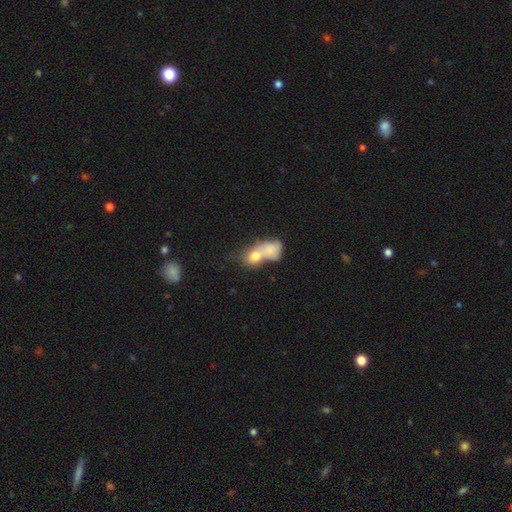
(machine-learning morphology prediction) A smooth galaxy with no disk features (72%) that is in between round and cigar-shaped (57%). Merging: merger (68%).